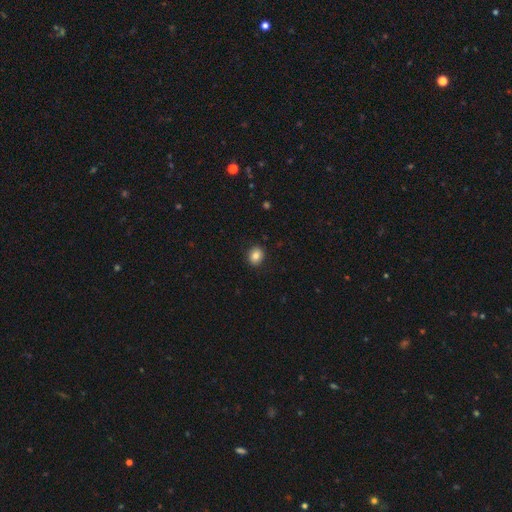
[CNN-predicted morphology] Smooth or featured: smooth — 83% (star or artifact — 10%)
How rounded: round — 64% (in between — 35%)
Merging: none — 90% (minor disturbance — 7%)